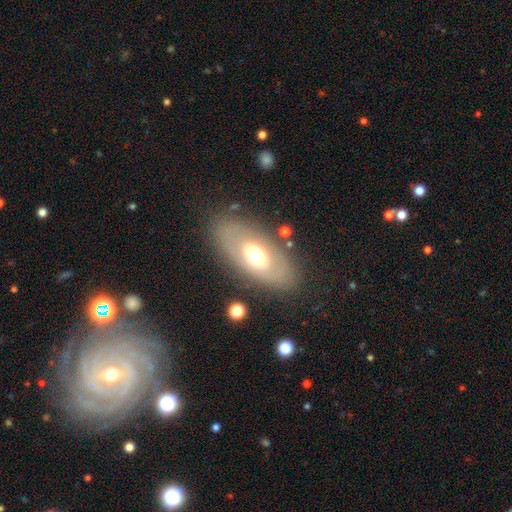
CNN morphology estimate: Smooth or featured? Predicted: smooth (p=0.51). How rounded? Predicted: in between (p=0.88). Merging? Predicted: none (p=0.81).